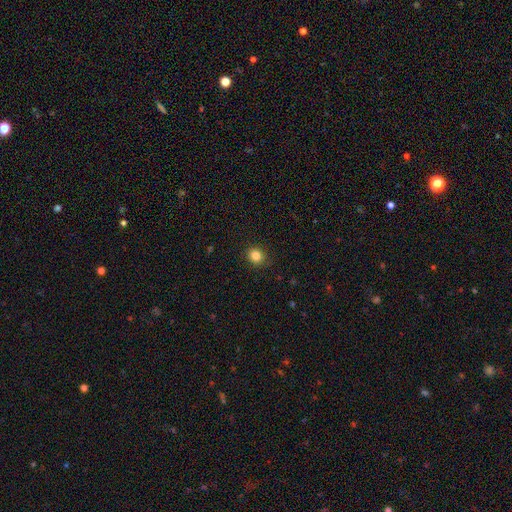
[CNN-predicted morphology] A smooth galaxy with no disk features (84%) that is round (81%).

Vote fractions:
- Smooth or featured? smooth: 84% / star or artifact: 12% / featured or disk: 5%
- How rounded? round: 81% / in between: 18% / cigar-shaped: 1%
- Merging? none: 90% / minor disturbance: 7% / major disturbance: 2% / merger: 1%